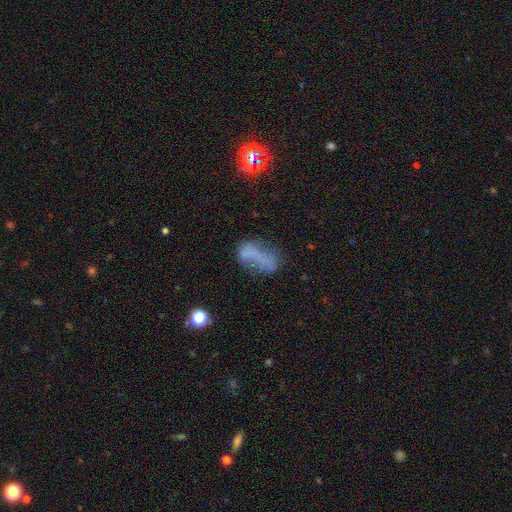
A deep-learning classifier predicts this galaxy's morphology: Smooth or featured?
  - smooth: 52% *
  - featured or disk: 29%
  - star or artifact: 19%
How rounded?
  - in between: 75% *
  - cigar-shaped: 16%
  - round: 9%
Merging?
  - none: 42% *
  - minor disturbance: 24%
  - major disturbance: 23%
  - merger: 12%